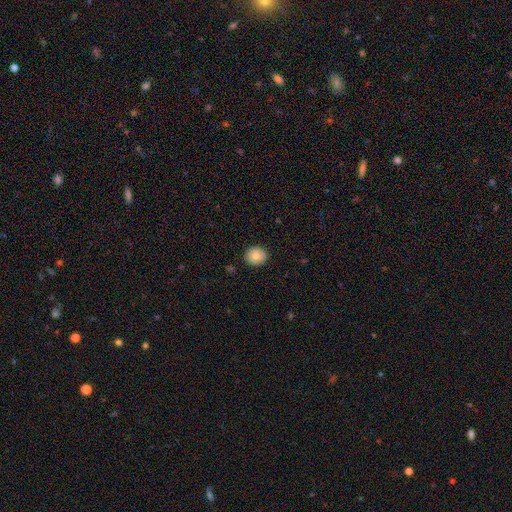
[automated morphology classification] type=smooth (86%); roundness=round (78%); merging=none (90%).